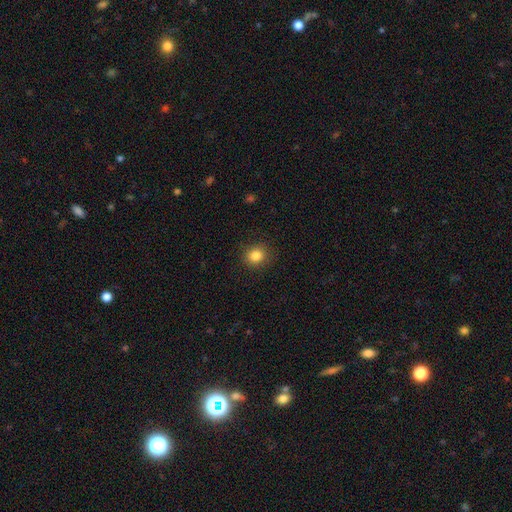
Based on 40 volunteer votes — Q: Smooth or featured?
A: smooth (82%); runner-up: star or artifact (12%)
Q: How rounded?
A: round (88%); runner-up: in between (12%)
Q: Merging?
A: none (83%); runner-up: minor disturbance (14%)